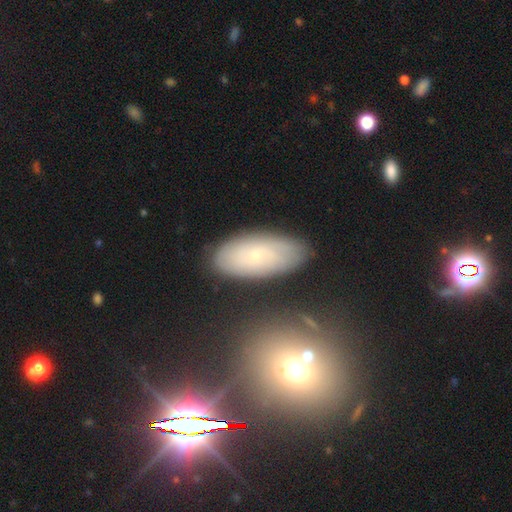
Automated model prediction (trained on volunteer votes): Smooth or featured?
  - smooth: 48% *
  - featured or disk: 42%
  - star or artifact: 10%
Merging?
  - none: 79% *
  - minor disturbance: 14%
  - major disturbance: 3%
  - merger: 3%